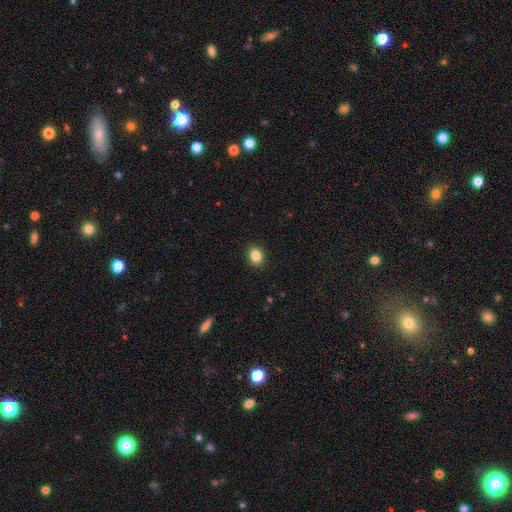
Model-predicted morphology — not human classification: A smooth galaxy with no disk features (85%) that is round (61%).

Vote fractions:
- Smooth or featured? smooth: 85% / star or artifact: 10% / featured or disk: 5%
- How rounded? round: 61% / in between: 38% / cigar-shaped: 1%
- Merging? none: 92% / minor disturbance: 6% / major disturbance: 2% / merger: 1%